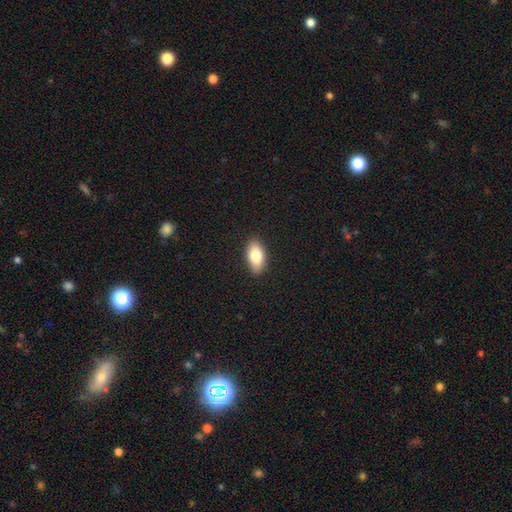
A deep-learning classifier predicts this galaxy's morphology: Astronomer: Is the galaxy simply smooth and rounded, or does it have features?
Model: smooth — 80%.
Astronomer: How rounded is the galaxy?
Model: in between — 91%.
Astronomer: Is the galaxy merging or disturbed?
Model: none — 89%.